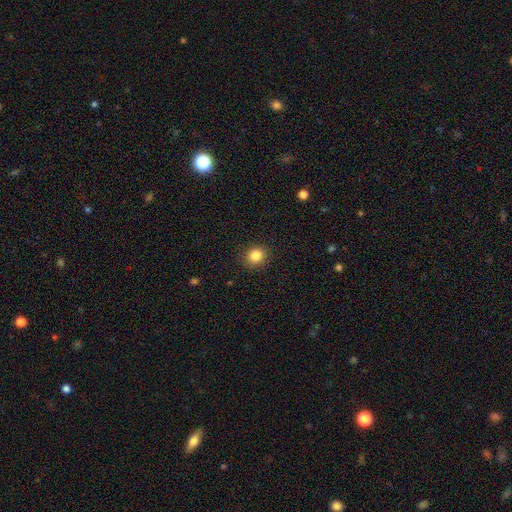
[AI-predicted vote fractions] Morphology: type=smooth (85%); roundness=round (79%); merging=none (89%).